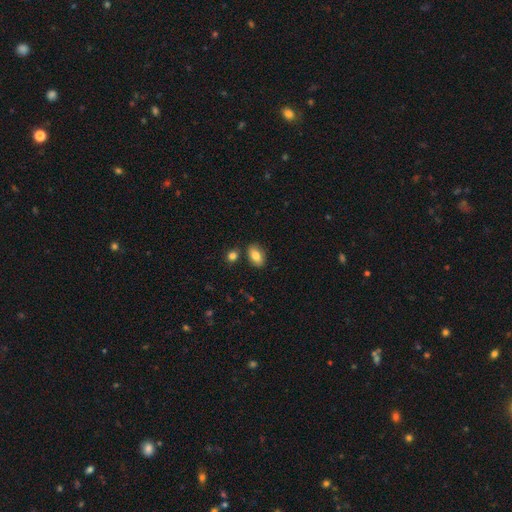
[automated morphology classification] Smooth or featured? Predicted: smooth (p=0.82). How rounded? Predicted: in between (p=0.89). Merging? Predicted: none (p=0.81).